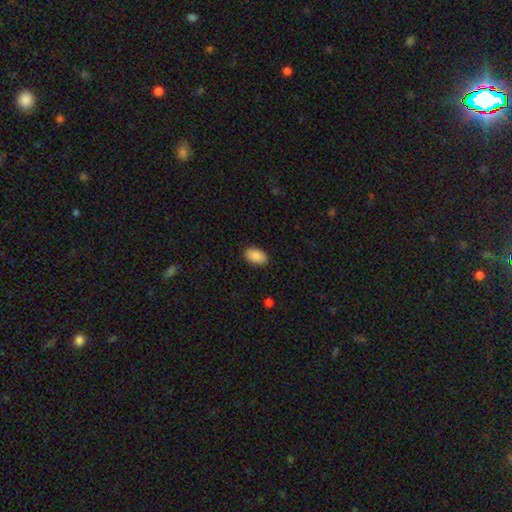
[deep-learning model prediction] Smooth or featured? smooth (88%)
How rounded? in between (93%)
Merging? none (87%)